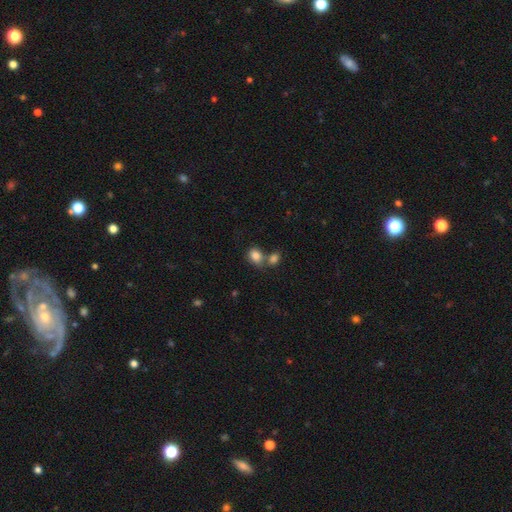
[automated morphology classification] smooth 84%, star or artifact 9%, featured or disk 7%. Down the decision tree: how rounded — in between (59%); merging — merger (43%).